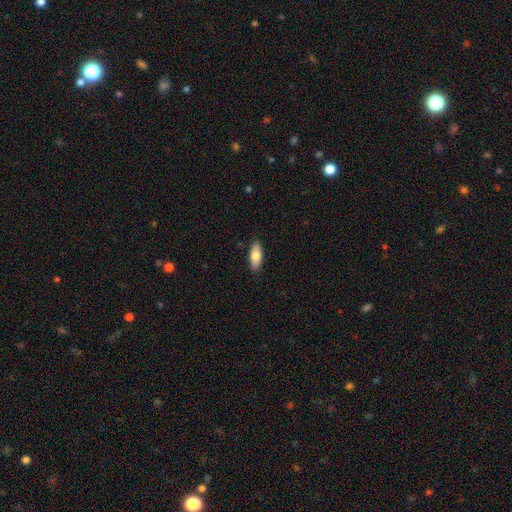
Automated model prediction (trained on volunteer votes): Smooth or featured?
  - smooth: 75% *
  - featured or disk: 19%
  - star or artifact: 6%
How rounded?
  - in between: 80% *
  - cigar-shaped: 17%
  - round: 2%
Merging?
  - none: 87% *
  - minor disturbance: 10%
  - major disturbance: 2%
  - merger: 1%